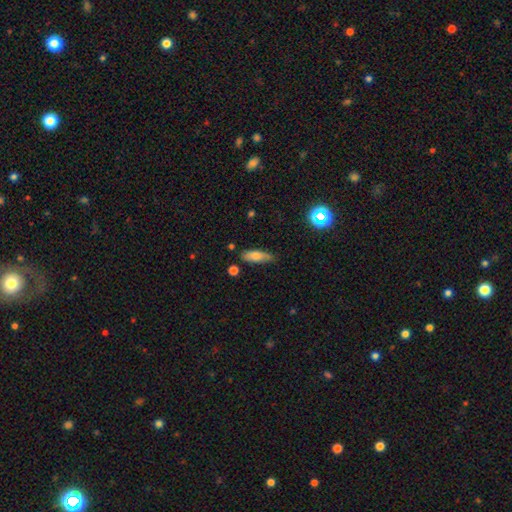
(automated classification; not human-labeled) Smooth or featured: smooth — 71% (featured or disk — 20%)
How rounded: in between — 54% (cigar-shaped — 42%)
Merging: none — 77% (minor disturbance — 17%)